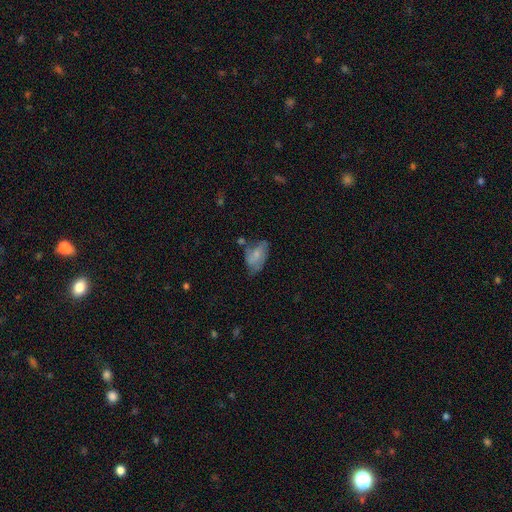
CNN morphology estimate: This appears to be a smooth galaxy with no disk features (52%) that is in between round and cigar-shaped (89%). Merging: none (40%).